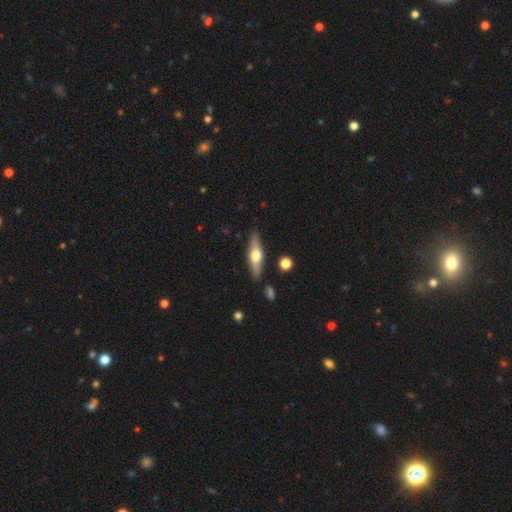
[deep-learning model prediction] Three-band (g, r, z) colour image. It shows a featured or disk galaxy (49%). Merging: none (86%).